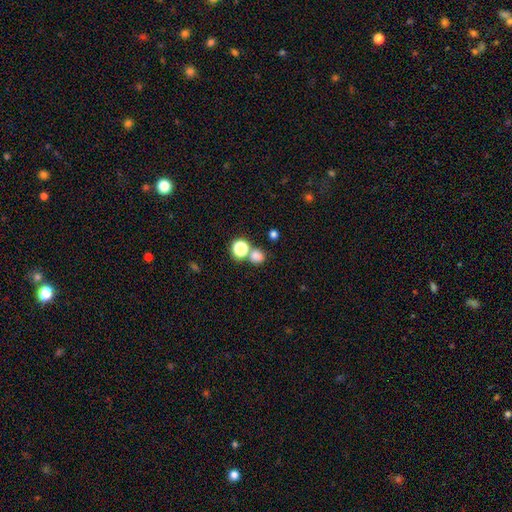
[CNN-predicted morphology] type=smooth (76%); roundness=round (81%); merging=none (58%).